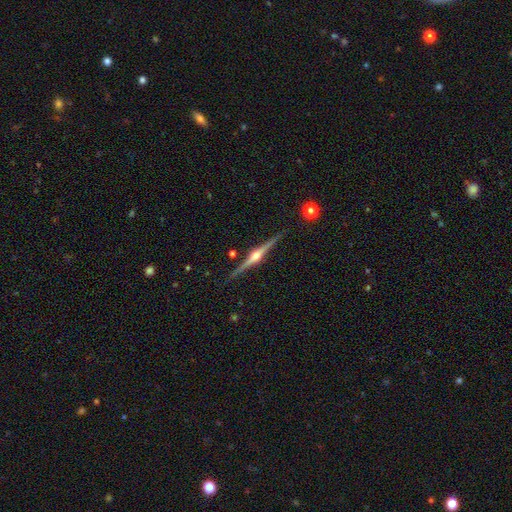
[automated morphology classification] Smooth or featured?
  - featured or disk: 88% *
  - smooth: 7%
  - star or artifact: 5%
Edge-on disk?
  - yes: 99% *
  - no: 1%
Edge-on bulge?
  - rounded: 95% *
  - boxy: 3%
  - none: 2%
Merging?
  - none: 90% *
  - minor disturbance: 7%
  - merger: 1%
  - major disturbance: 1%